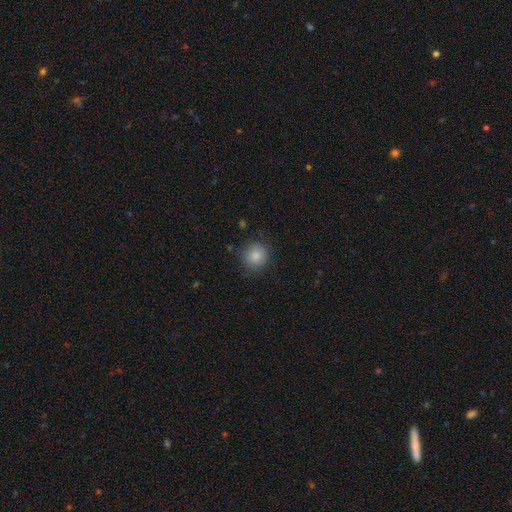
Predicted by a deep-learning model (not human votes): This appears to be a smooth galaxy with no disk features (83%) that is round (91%). Merging: none (87%).